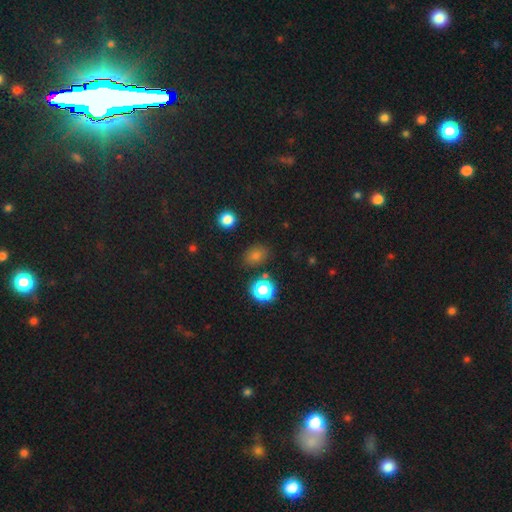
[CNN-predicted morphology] Smooth or featured?
  - smooth: 75% *
  - star or artifact: 19%
  - featured or disk: 6%
How rounded?
  - in between: 54% *
  - round: 44%
  - cigar-shaped: 1%
Merging?
  - none: 81% *
  - minor disturbance: 11%
  - merger: 4%
  - major disturbance: 3%